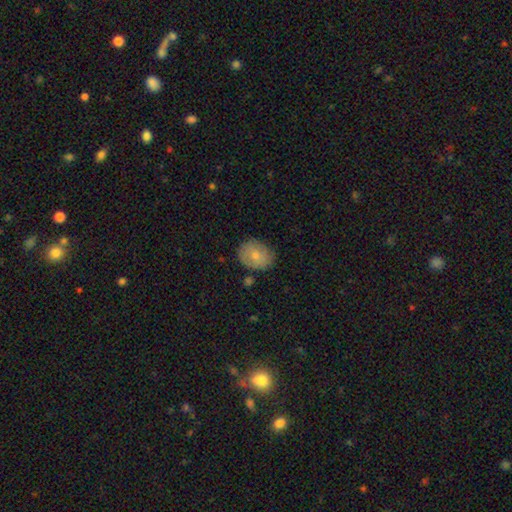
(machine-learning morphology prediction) Smooth or featured? smooth (70%)
How rounded? in between (50%)
Merging? none (75%)